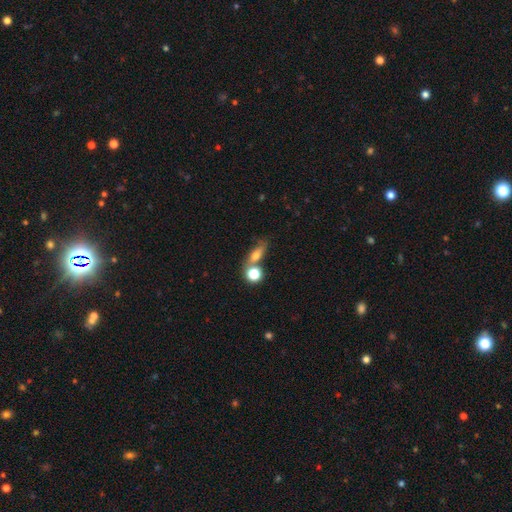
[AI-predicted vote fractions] The model was most divided on "merging": none: 44%, merger: 35%, minor disturbance: 13%, major disturbance: 8%. More confident: smooth or featured — smooth (69%); how rounded — in between (54%).